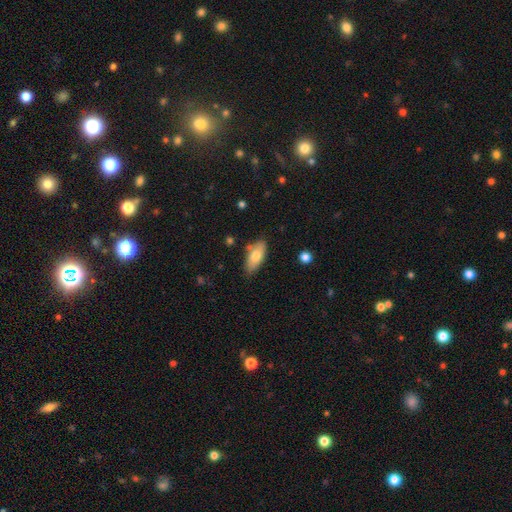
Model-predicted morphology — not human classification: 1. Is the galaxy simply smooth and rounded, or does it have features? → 74% smooth, 20% featured or disk, 6% star or artifact.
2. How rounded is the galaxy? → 85% in between, 13% cigar-shaped, 3% round.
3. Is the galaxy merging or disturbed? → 77% none, 16% minor disturbance, 5% merger, 3% major disturbance.